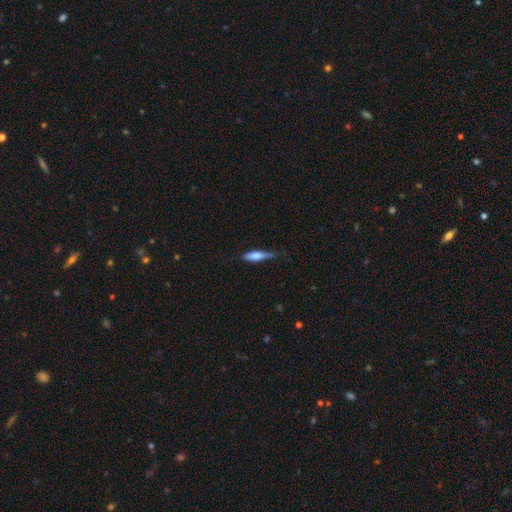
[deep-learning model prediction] smooth_or_featured: smooth (p=0.64) [alt: featured or disk p=0.30]
how_rounded: cigar-shaped (p=0.71) [alt: in between p=0.27]
merging: none (p=0.62) [alt: minor disturbance p=0.30]